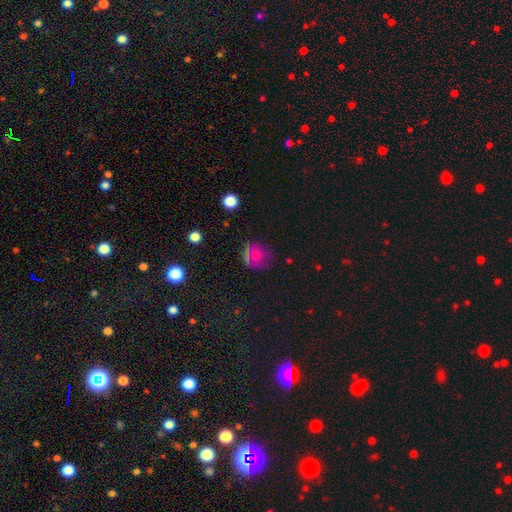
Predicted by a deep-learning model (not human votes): Smooth or featured?
  - smooth: 64% *
  - star or artifact: 21%
  - featured or disk: 15%
How rounded?
  - round: 83% *
  - in between: 16%
  - cigar-shaped: 1%
Merging?
  - none: 66% *
  - minor disturbance: 20%
  - major disturbance: 10%
  - merger: 3%